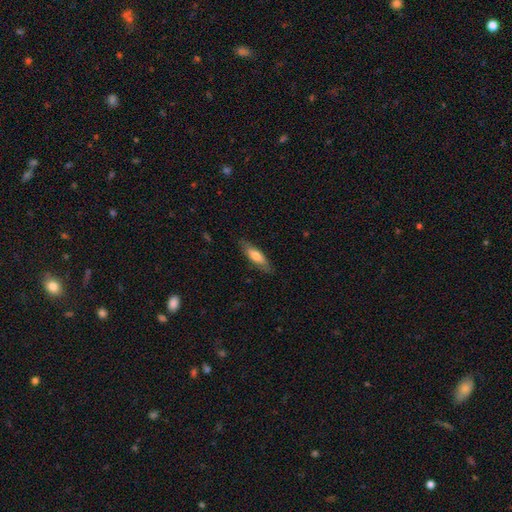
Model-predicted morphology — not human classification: Smooth or featured?
  - smooth: 68% *
  - featured or disk: 26%
  - star or artifact: 6%
How rounded?
  - cigar-shaped: 55% *
  - in between: 43%
  - round: 2%
Merging?
  - none: 82% *
  - minor disturbance: 14%
  - major disturbance: 3%
  - merger: 1%